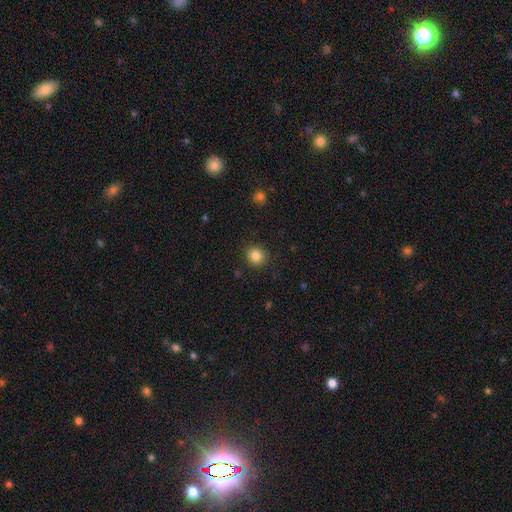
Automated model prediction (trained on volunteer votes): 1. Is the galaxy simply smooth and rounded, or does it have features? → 84% smooth, 11% star or artifact, 5% featured or disk.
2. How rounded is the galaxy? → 88% round, 12% in between, 1% cigar-shaped.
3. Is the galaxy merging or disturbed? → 89% none, 7% minor disturbance, 2% major disturbance, 1% merger.